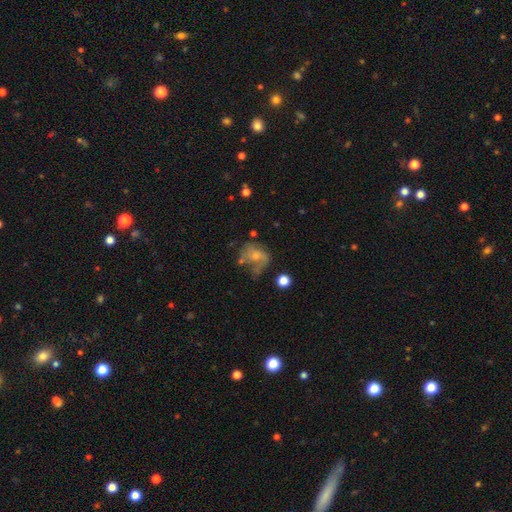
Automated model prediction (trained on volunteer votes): The model was most divided on "merging": none: 39%, major disturbance: 28%, minor disturbance: 26%, merger: 7%. More confident: edge-on disk — no (97%); smooth or featured — featured or disk (50%).